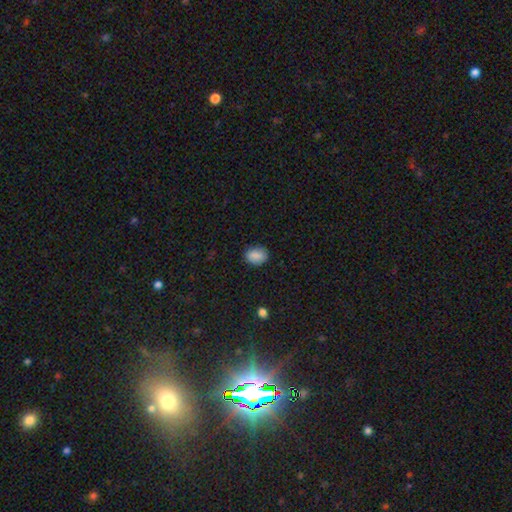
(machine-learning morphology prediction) smooth 86%, star or artifact 8%, featured or disk 5%. Down the decision tree: how rounded — in between (61%); merging — none (84%).